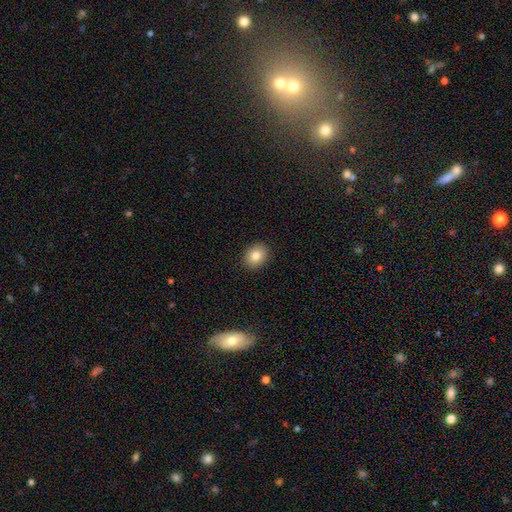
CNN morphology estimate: A smooth galaxy with no disk features (84%) that is round (52%). Merging: none (91%).